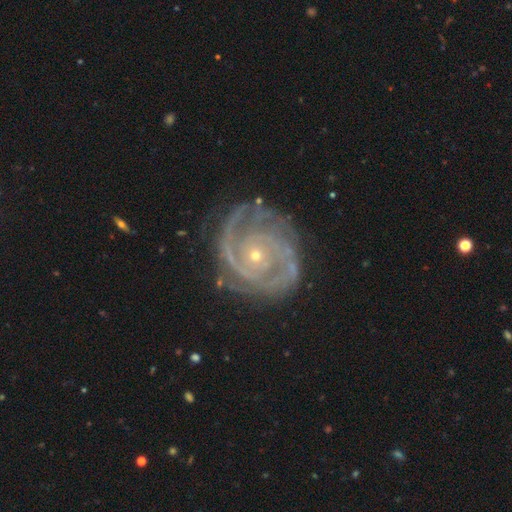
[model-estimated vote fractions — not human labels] The model was most divided on "spiral arm count": 2: 36%, 3: 25%, can't tell: 16%, 4: 10%, more than 4: 7%, 1: 6%. More confident: edge-on disk — no (98%); spiral arms — yes (98%); smooth or featured — featured or disk (91%); bulge size — small (80%); bar — no (78%); merging — none (74%); spiral winding — tight (71%).